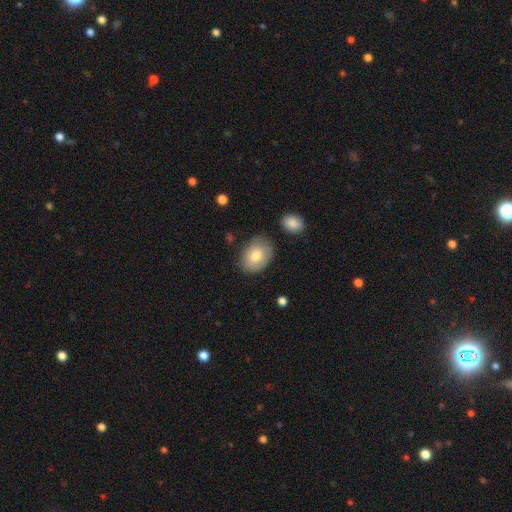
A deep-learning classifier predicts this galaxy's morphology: Q: Smooth or featured?
A: smooth (76%); runner-up: featured or disk (17%)
Q: How rounded?
A: in between (75%); runner-up: round (24%)
Q: Merging?
A: none (75%); runner-up: minor disturbance (18%)